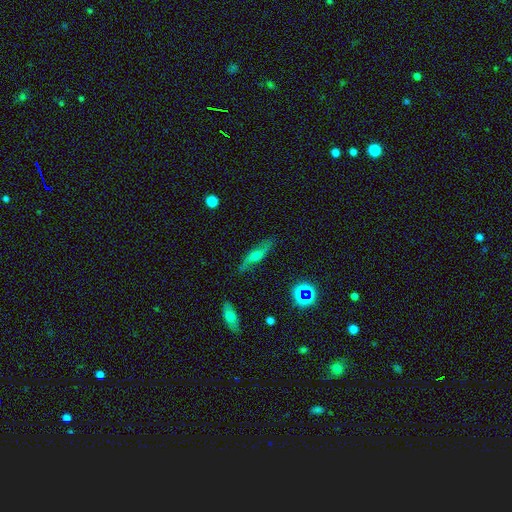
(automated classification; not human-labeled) Q: Smooth or featured?
A: featured or disk (54%); runner-up: smooth (36%)
Q: Edge-on disk?
A: no (50%); tied with: yes (50%)
Q: Merging?
A: none (76%); runner-up: minor disturbance (17%)